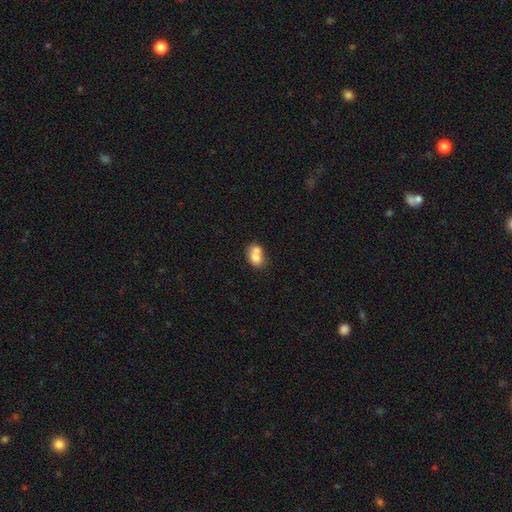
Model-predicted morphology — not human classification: Smooth or featured?
  - smooth: 72% *
  - featured or disk: 19%
  - star or artifact: 9%
How rounded?
  - in between: 60% *
  - round: 39%
  - cigar-shaped: 1%
Merging?
  - merger: 62% *
  - none: 25%
  - minor disturbance: 9%
  - major disturbance: 4%